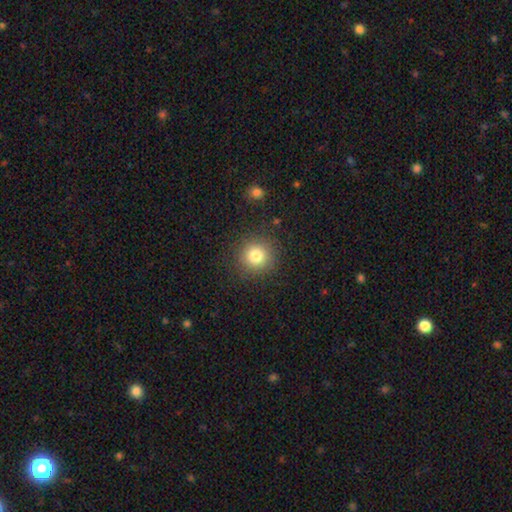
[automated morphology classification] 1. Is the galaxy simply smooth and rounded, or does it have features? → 80% smooth, 12% star or artifact, 8% featured or disk.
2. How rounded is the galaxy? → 93% round, 6% in between, 1% cigar-shaped.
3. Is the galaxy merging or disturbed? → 88% none, 7% minor disturbance, 3% major disturbance, 1% merger.